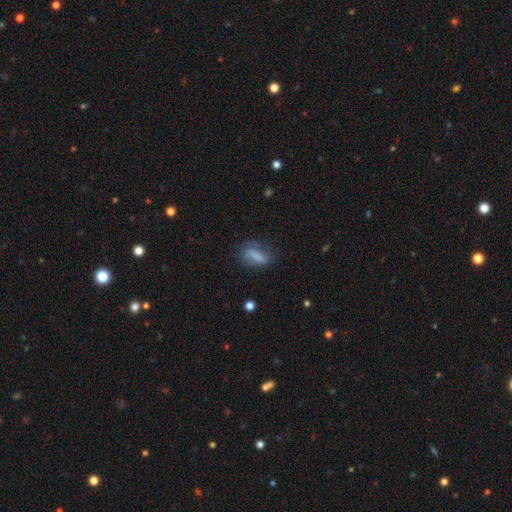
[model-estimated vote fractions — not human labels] smooth-or-featured: smooth: 68% | featured or disk: 22% | star or artifact: 10%
  how-rounded: in between: 67% | cigar-shaped: 26% | round: 7%
  merging: none: 57% | minor disturbance: 25% | major disturbance: 15% | merger: 3%